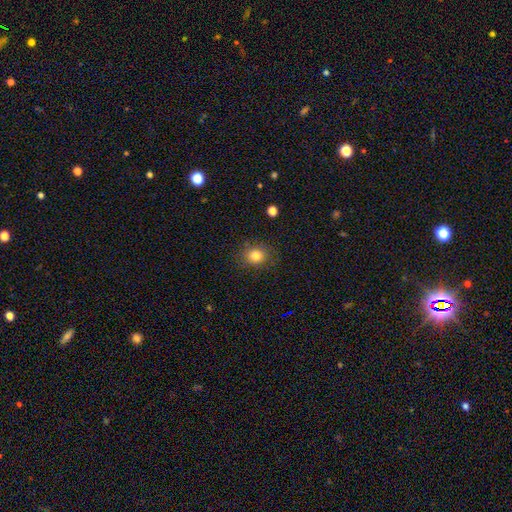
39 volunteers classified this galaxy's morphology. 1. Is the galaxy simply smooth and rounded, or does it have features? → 87% smooth, 10% star or artifact, 3% featured or disk.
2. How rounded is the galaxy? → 50% round (tied), 50% in between (tied), 0% cigar-shaped.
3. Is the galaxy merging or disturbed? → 91% none, 9% minor disturbance, 0% major disturbance, 0% merger.